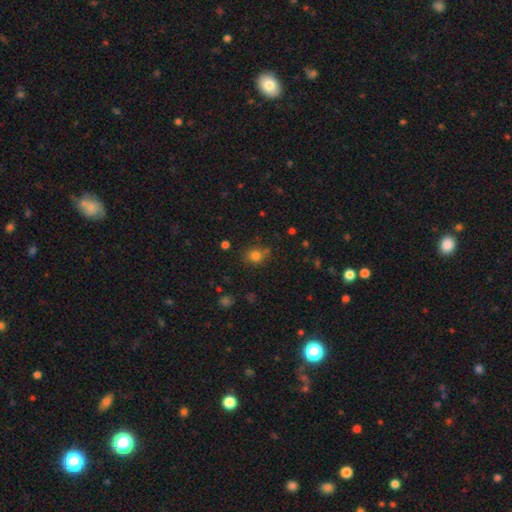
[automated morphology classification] The model was most divided on "how rounded": round: 71%, in between: 28%, cigar-shaped: 1%. More confident: smooth or featured — smooth (79%); merging — none (73%).